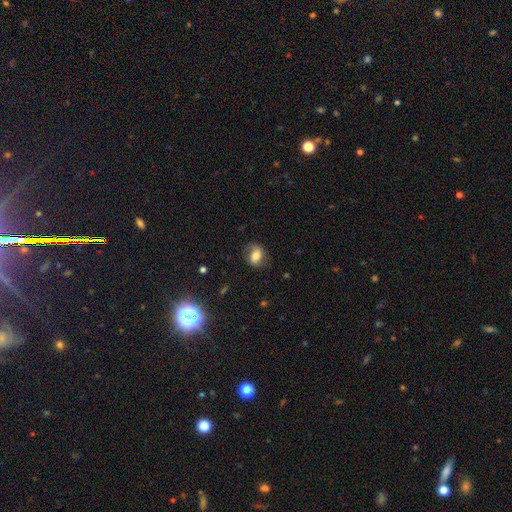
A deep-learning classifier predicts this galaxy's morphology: Q: Smooth or featured?
A: smooth (66%); runner-up: featured or disk (23%)
Q: How rounded?
A: in between (65%); runner-up: round (34%)
Q: Merging?
A: none (70%); runner-up: minor disturbance (20%)